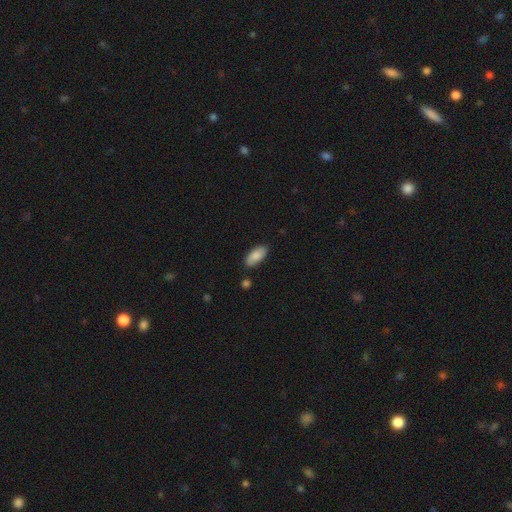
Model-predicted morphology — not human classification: The model was most divided on "merging": none: 82%, minor disturbance: 13%, merger: 3%, major disturbance: 2%. More confident: how rounded — in between (90%); smooth or featured — smooth (83%).